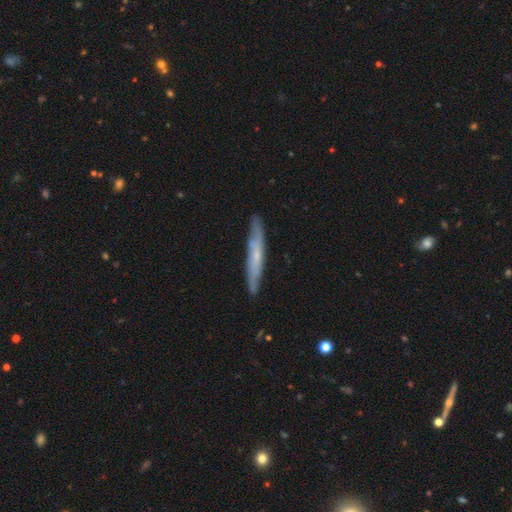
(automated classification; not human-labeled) smooth_or_featured: featured or disk (p=0.56) [alt: smooth p=0.38]
disk_edge_on: yes (p=0.79) [alt: no p=0.21]
merging: none (p=0.86) [alt: minor disturbance p=0.11]